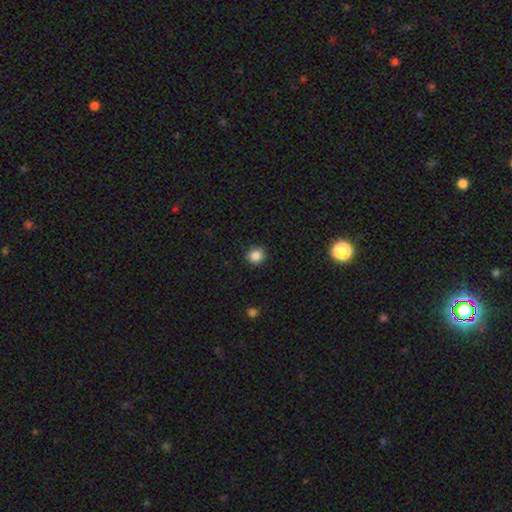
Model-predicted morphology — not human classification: Smooth or featured: smooth — 86% (star or artifact — 11%)
How rounded: round — 90% (in between — 9%)
Merging: none — 90% (minor disturbance — 7%)